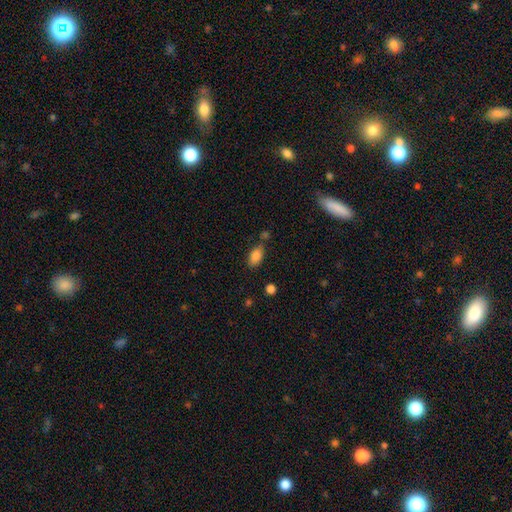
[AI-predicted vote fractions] Smooth or featured? smooth (86%)
How rounded? in between (91%)
Merging? none (70%)